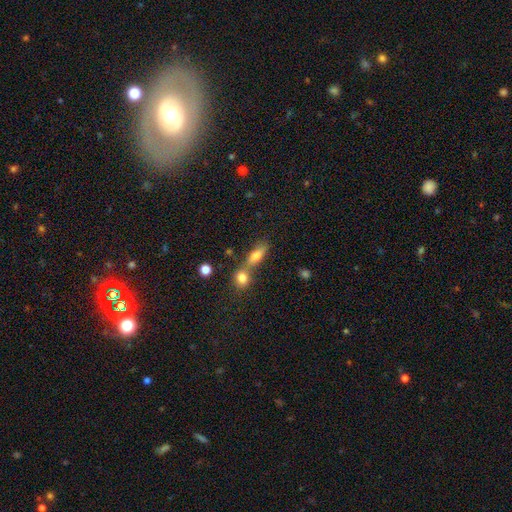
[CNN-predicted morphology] smooth_or_featured: smooth (p=0.73) [alt: featured or disk p=0.16]
how_rounded: in between (p=0.58) [alt: cigar-shaped p=0.32]
merging: merger (p=0.45) [alt: none p=0.42]